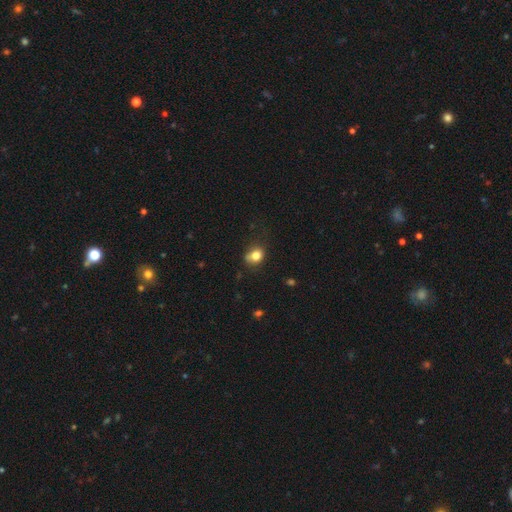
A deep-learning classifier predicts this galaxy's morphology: The model was most divided on "how rounded": round: 50%, in between: 49%, cigar-shaped: 1%. More confident: smooth or featured — smooth (80%); merging — none (60%).